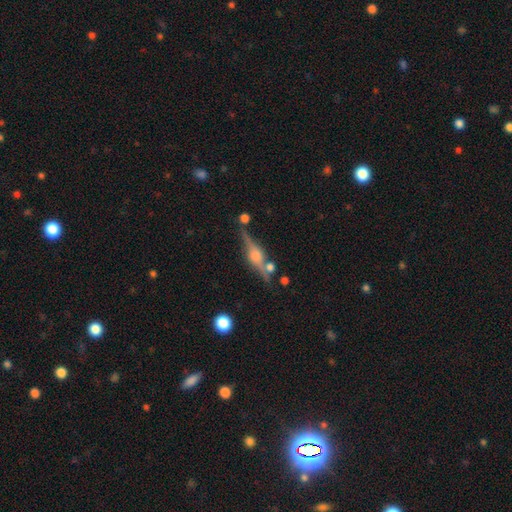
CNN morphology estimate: smooth_or_featured: featured or disk (p=0.80) [alt: smooth p=0.13]
disk_edge_on: yes (p=0.95) [alt: no p=0.05]
edge_on_bulge: rounded (p=0.83) [alt: boxy p=0.14]
merging: none (p=0.74) [alt: minor disturbance p=0.13]